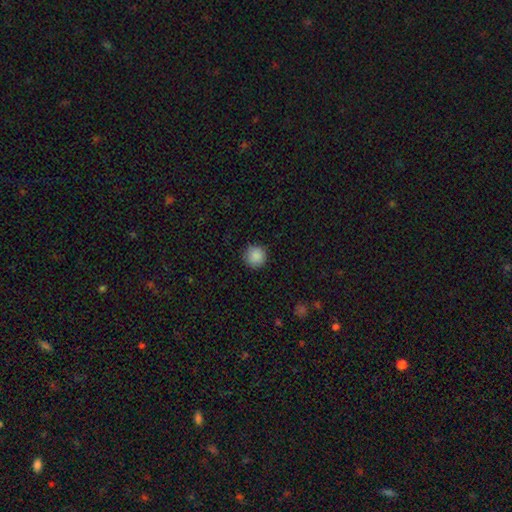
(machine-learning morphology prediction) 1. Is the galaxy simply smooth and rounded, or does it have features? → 88% smooth, 9% star or artifact, 3% featured or disk.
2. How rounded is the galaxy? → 95% round, 4% in between, 1% cigar-shaped.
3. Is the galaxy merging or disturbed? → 89% none, 8% minor disturbance, 2% major disturbance, 1% merger.